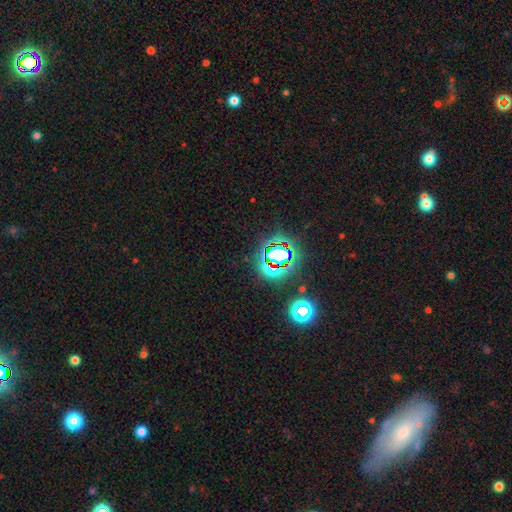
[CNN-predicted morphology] This is likely a star or artifact rather than a galaxy (75%).